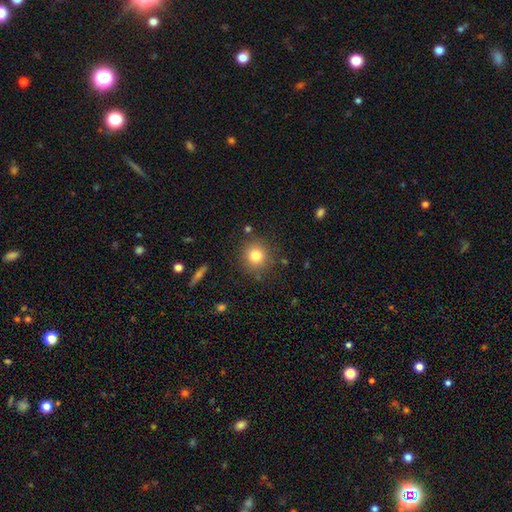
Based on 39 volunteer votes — Morphology: type=smooth (95%); roundness=round (89%); merging=none (95%).